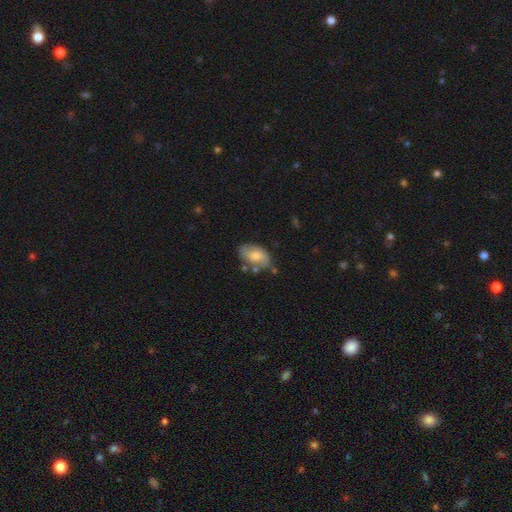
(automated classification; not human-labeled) This is likely a smooth galaxy (64%). How rounded: clearly in between (90%). Merging: likely none (62%).